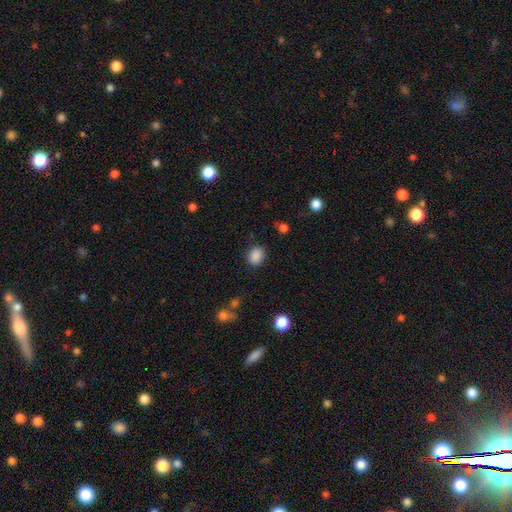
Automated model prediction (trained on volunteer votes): Morphology: type=smooth (87%); roundness=round (62%); merging=none (87%).